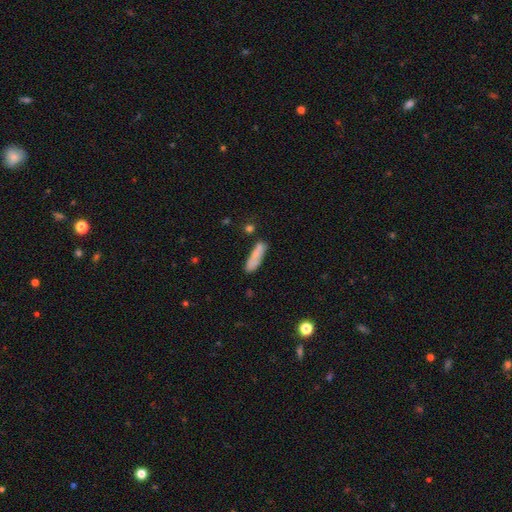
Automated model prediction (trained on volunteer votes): smooth_or_featured: smooth (p=0.78) [alt: featured or disk p=0.15]
how_rounded: cigar-shaped (p=0.70) [alt: in between p=0.28]
merging: none (p=0.69) [alt: minor disturbance p=0.19]